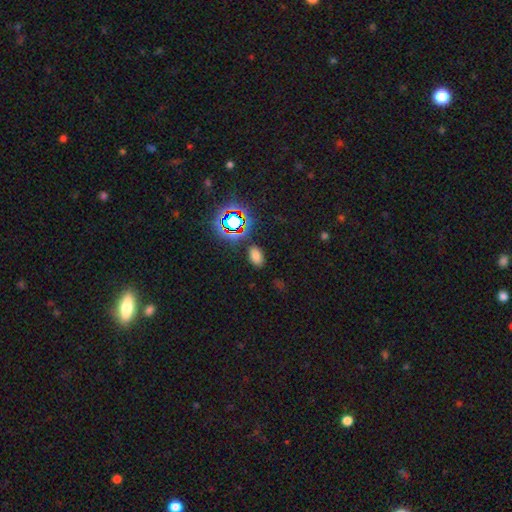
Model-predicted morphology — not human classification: Smooth or featured? smooth (69%)
How rounded? in between (88%)
Merging? none (83%)